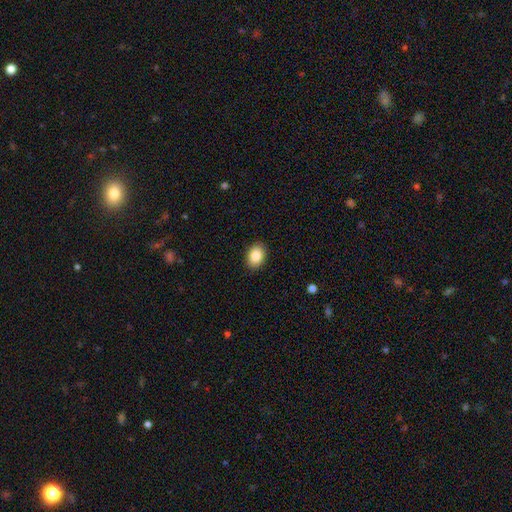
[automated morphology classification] This is clearly a smooth galaxy (87%). How rounded: likely in between (75%). Merging: clearly none (90%).